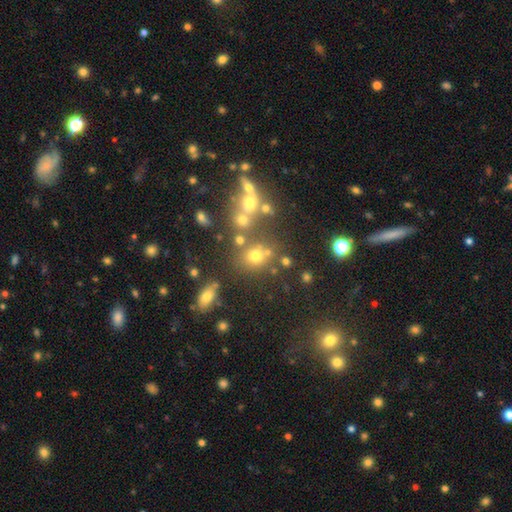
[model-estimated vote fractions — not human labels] A smooth galaxy with no disk features (64%) that is round (72%). Merging: none (62%).